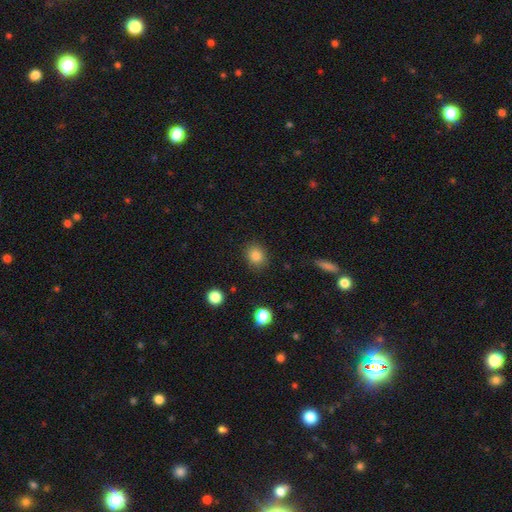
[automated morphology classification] Smooth or featured? Predicted: smooth (p=0.85). How rounded? Predicted: round (p=0.73). Merging? Predicted: none (p=0.85).